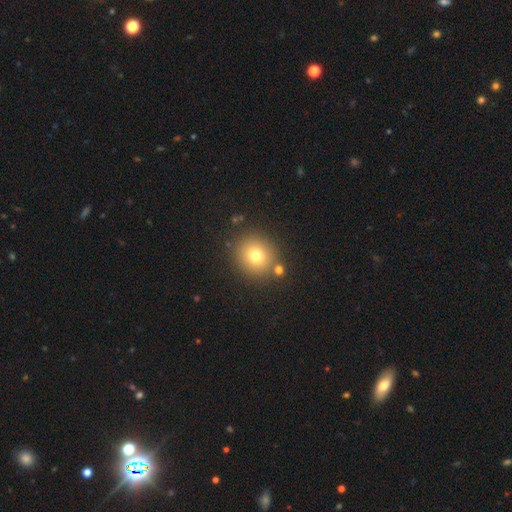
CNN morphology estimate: Smooth or featured? Predicted: smooth (p=0.75). How rounded? Predicted: round (p=0.85). Merging? Predicted: none (p=0.82).